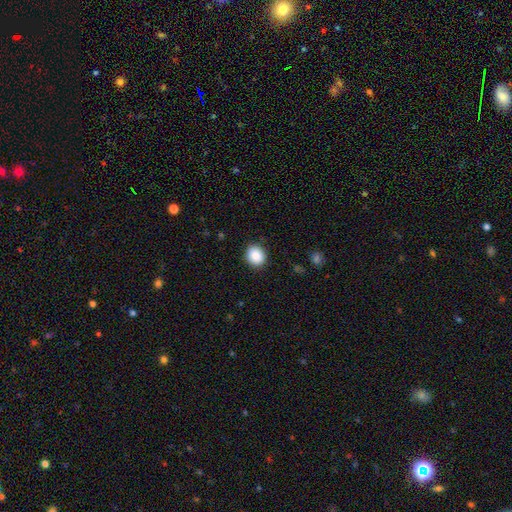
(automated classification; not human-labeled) The model was most divided on "how rounded": round: 74%, in between: 26%, cigar-shaped: 1%. More confident: merging — none (89%); smooth or featured — smooth (89%).